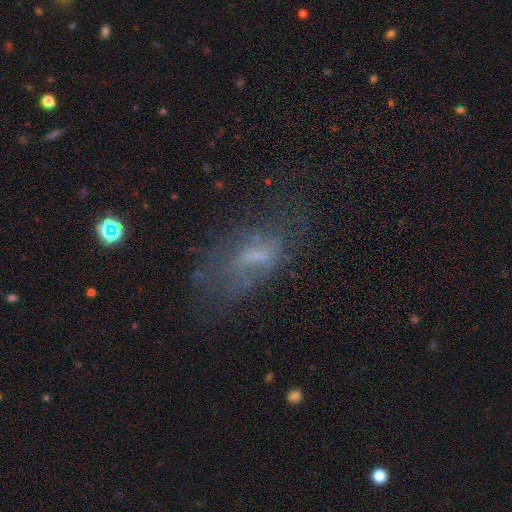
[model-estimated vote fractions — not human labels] smooth-or-featured: featured or disk: 45% | smooth: 40% | star or artifact: 15%
  merging: none: 44% | major disturbance: 29% | minor disturbance: 23% | merger: 4%